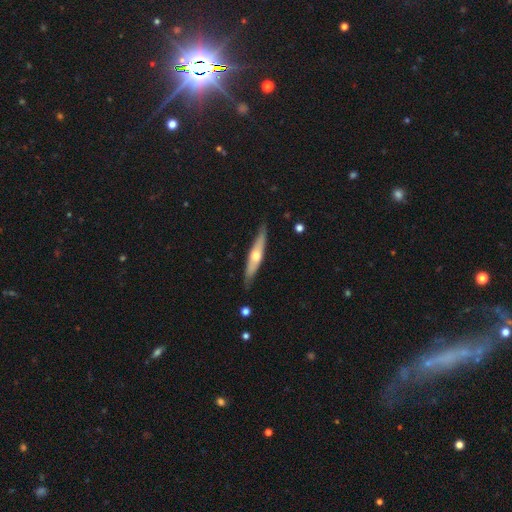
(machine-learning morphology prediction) Smooth or featured? featured or disk (57%)
Edge-on disk? yes (89%)
Edge-on bulge? rounded (89%)
Merging? none (84%)